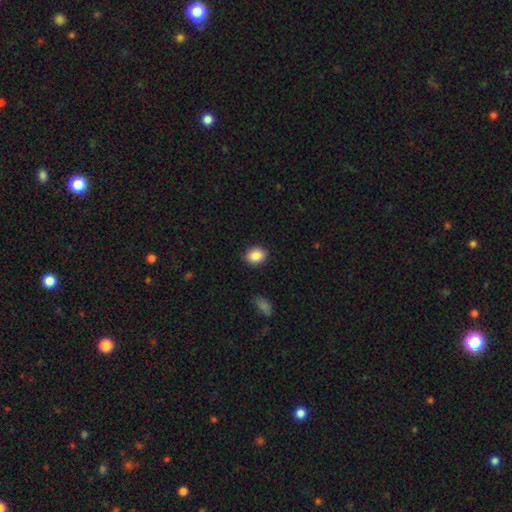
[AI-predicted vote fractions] Morphology: type=smooth (87%); roundness=in between (54%); merging=none (87%).